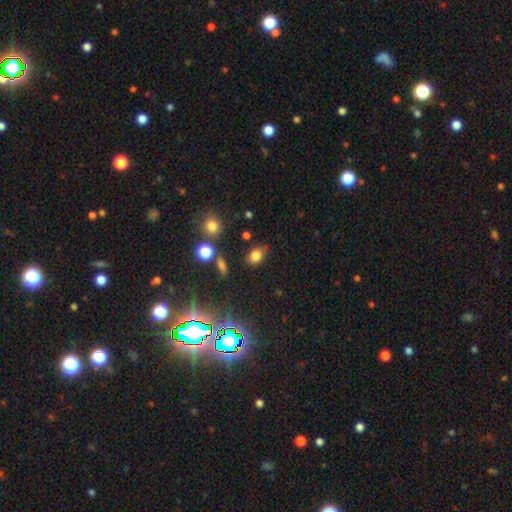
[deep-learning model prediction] Smooth or featured?
  - smooth: 78% *
  - star or artifact: 16%
  - featured or disk: 6%
How rounded?
  - in between: 64% *
  - round: 34%
  - cigar-shaped: 2%
Merging?
  - none: 72% *
  - minor disturbance: 18%
  - major disturbance: 5%
  - merger: 5%